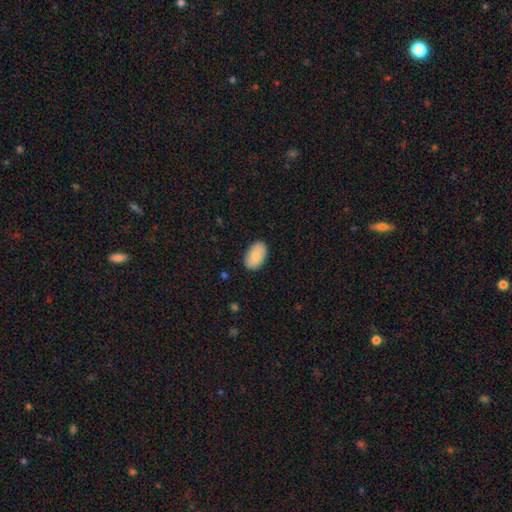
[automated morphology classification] Smooth or featured?
  - smooth: 83% *
  - featured or disk: 11%
  - star or artifact: 6%
How rounded?
  - in between: 93% *
  - round: 6%
  - cigar-shaped: 1%
Merging?
  - none: 87% *
  - minor disturbance: 10%
  - major disturbance: 2%
  - merger: 1%